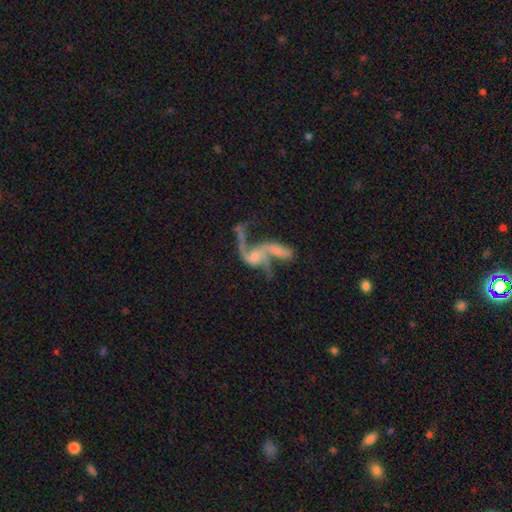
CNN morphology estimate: Smooth or featured: featured or disk — 79% (smooth — 12%)
Edge-on disk: no — 95% (yes — 5%)
Bar: no — 64% (weak — 27%)
Spiral arms: yes — 85% (no — 15%)
Spiral winding: loose — 81% (medium — 16%)
Spiral arm count: 2 — 62% (3 — 13%)
Bulge size: small — 48% (moderate — 30%)
Merging: merger — 46% (major disturbance — 24%)